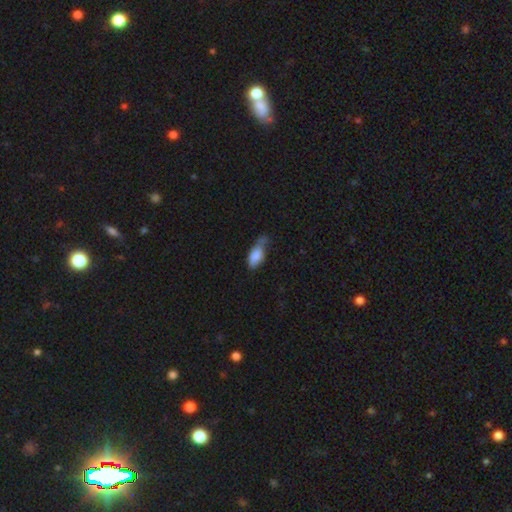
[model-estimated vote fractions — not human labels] smooth-or-featured: smooth: 80% | featured or disk: 13% | star or artifact: 7%
  how-rounded: in between: 84% | cigar-shaped: 12% | round: 4%
  merging: minor disturbance: 42% | none: 29% | major disturbance: 21% | merger: 8%